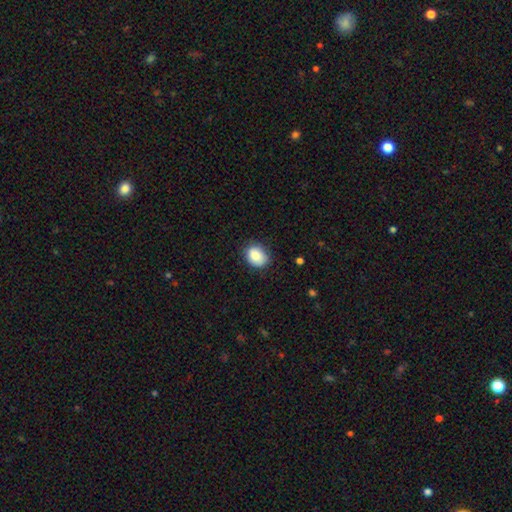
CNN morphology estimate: A smooth galaxy with no disk features (86%) that is in between round and cigar-shaped (59%). Merging: none (75%).